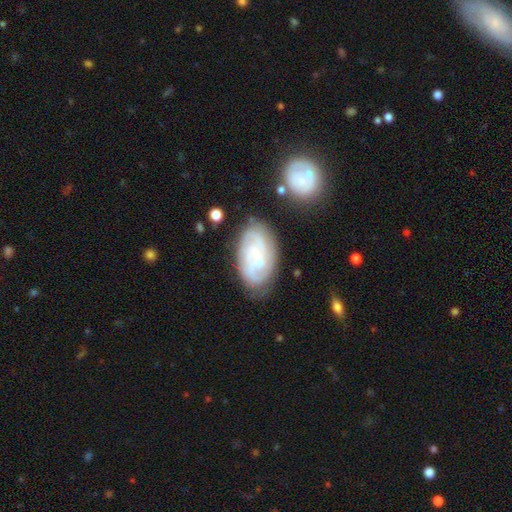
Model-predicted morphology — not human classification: This is likely a featured or disk galaxy (75%). It is clearly not viewed edge-on (96%). Bar: possibly no (60%). Spiral arm pattern: clearly yes (92%). Spiral arm count: marginally can't tell (34%). Spiral winding: likely tight (60%). Central bulge: likely small (75%). Merging: likely none (73%).